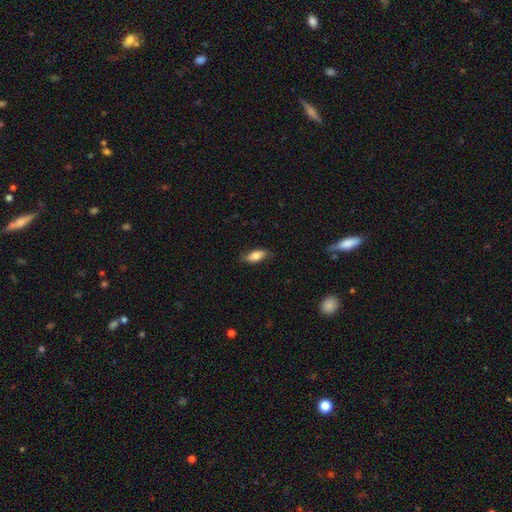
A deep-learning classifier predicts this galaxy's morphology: Smooth or featured? smooth (74%)
How rounded? in between (83%)
Merging? none (73%)